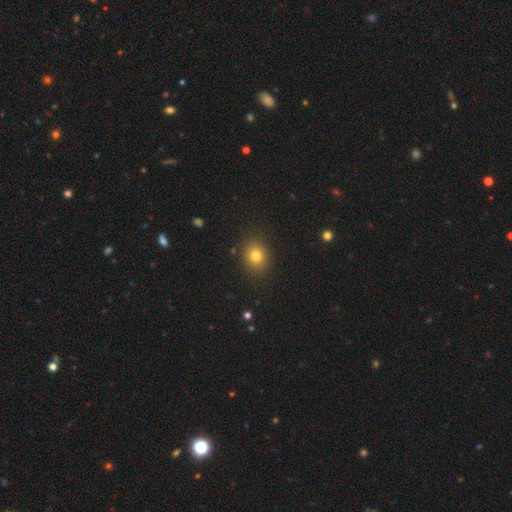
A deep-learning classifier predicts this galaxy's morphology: Overall: smooth (79%). How rounded: round (63%; in between 36%). Merging: none (88%).